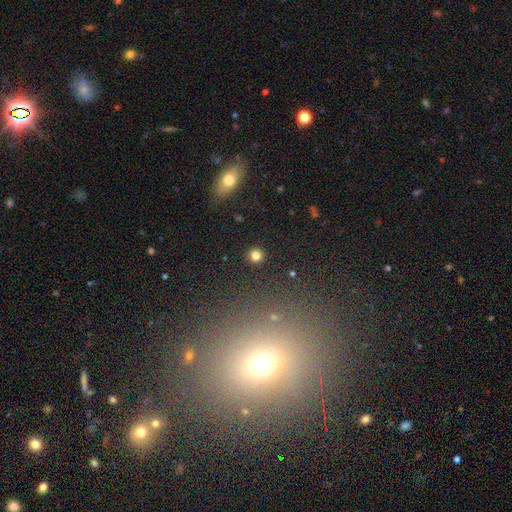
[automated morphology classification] Overall: smooth (81%). How rounded: round (94%). Merging: none (92%).